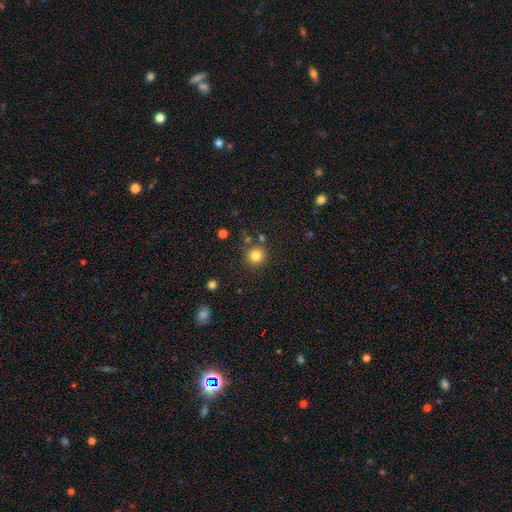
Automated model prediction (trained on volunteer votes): Overall: smooth (81%). How rounded: round (93%). Merging: none (83%).